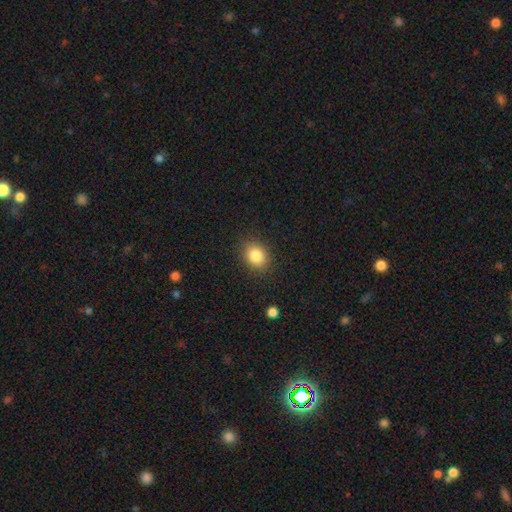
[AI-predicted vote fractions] Smooth or featured? smooth (85%)
How rounded? in between (51%)
Merging? none (87%)